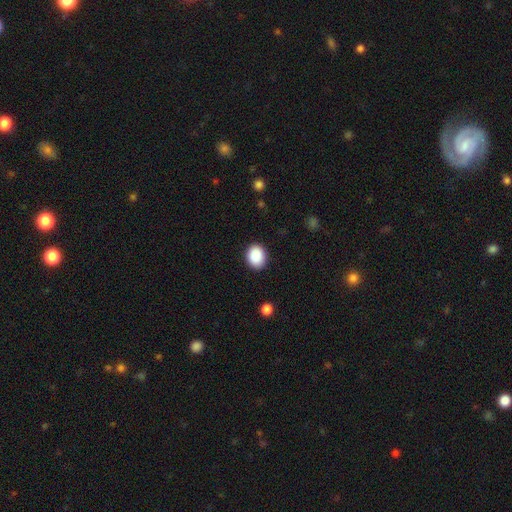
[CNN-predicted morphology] This is clearly a smooth galaxy (89%). How rounded: possibly round (51%). Merging: clearly none (89%).